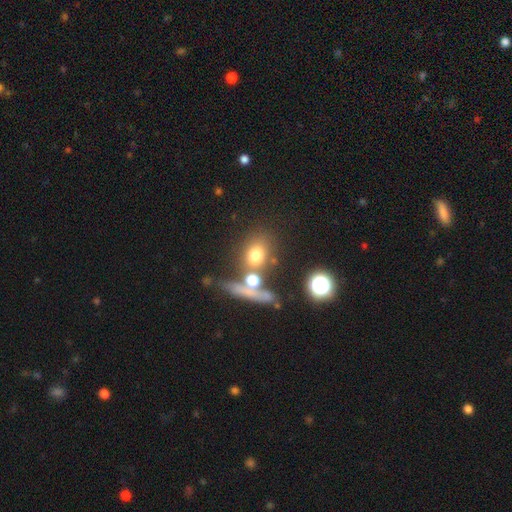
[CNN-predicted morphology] A smooth galaxy with no disk features (68%) that is round (55%). Merging: none (60%).